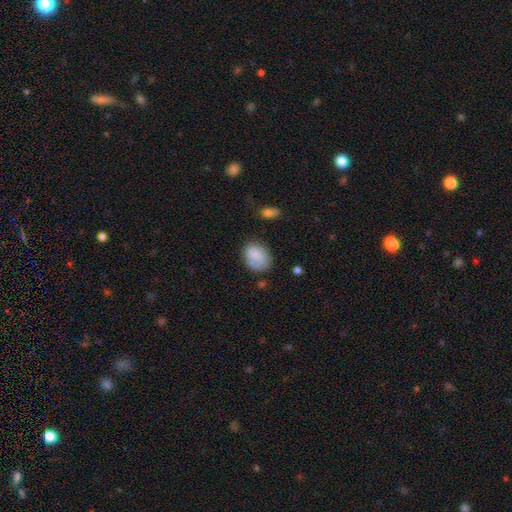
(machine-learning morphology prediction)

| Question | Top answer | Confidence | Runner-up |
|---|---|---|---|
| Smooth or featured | smooth | 76% | featured or disk (16%) |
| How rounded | in between | 64% | round (35%) |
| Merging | none | 62% | minor disturbance (24%) |